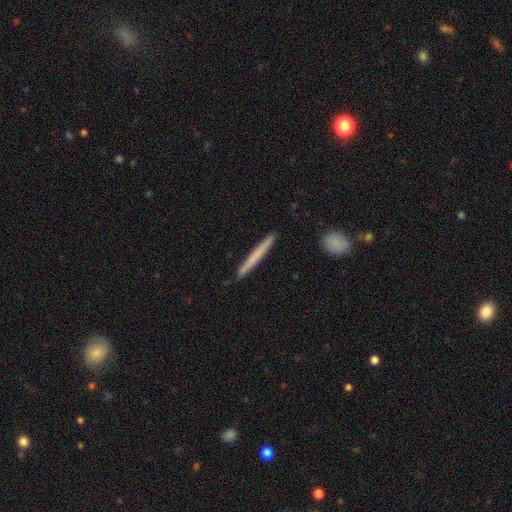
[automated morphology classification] A smooth galaxy with no disk features (60%) that is cigar-shaped (97%).

Vote fractions:
- Smooth or featured? smooth: 60% / featured or disk: 34% / star or artifact: 5%
- How rounded? cigar-shaped: 97% / in between: 2% / round: 1%
- Merging? none: 90% / minor disturbance: 7% / major disturbance: 1% / merger: 1%